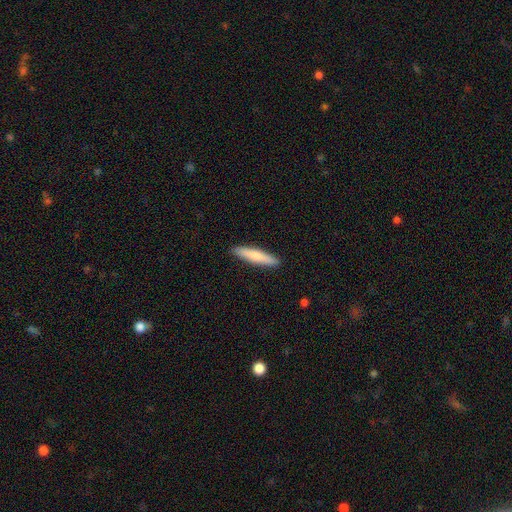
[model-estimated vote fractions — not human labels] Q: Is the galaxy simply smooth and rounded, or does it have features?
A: smooth — 72%.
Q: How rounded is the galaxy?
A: cigar-shaped — 89%.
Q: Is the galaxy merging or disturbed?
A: none — 91%.